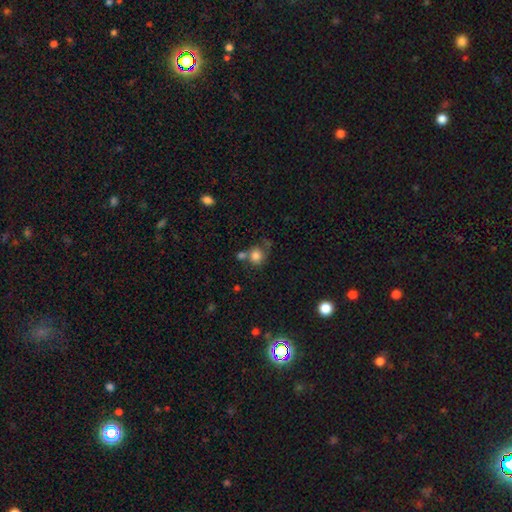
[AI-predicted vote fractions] smooth_or_featured: smooth (p=0.77) [alt: featured or disk p=0.14]
how_rounded: round (p=0.79) [alt: in between p=0.20]
merging: none (p=0.40) [alt: merger p=0.27]